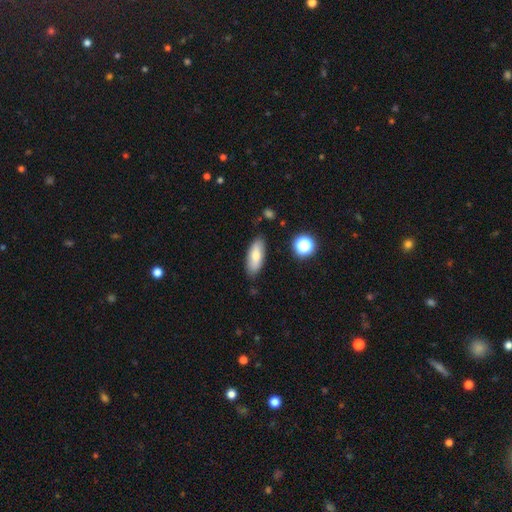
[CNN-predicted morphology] Smooth or featured? smooth (72%)
How rounded? in between (77%)
Merging? none (83%)